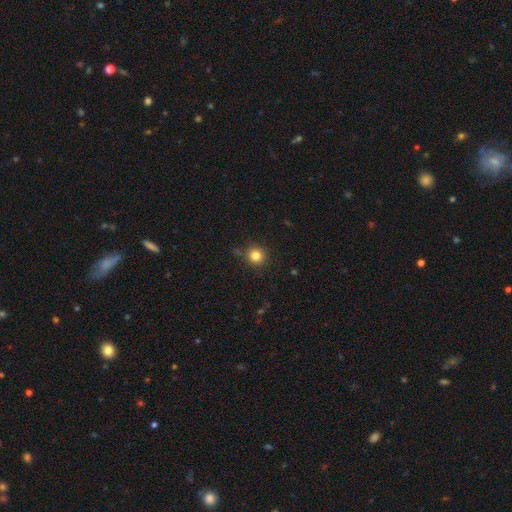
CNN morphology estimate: Overall: smooth (82%). How rounded: round (94%). Merging: none (86%).